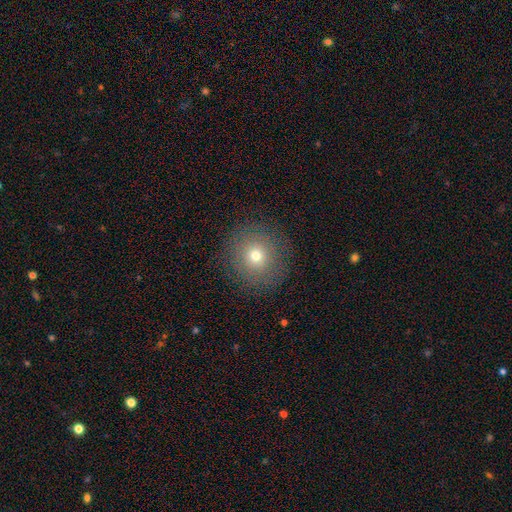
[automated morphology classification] A smooth galaxy with no disk features (70%) that is round (91%). Merging: none (88%).